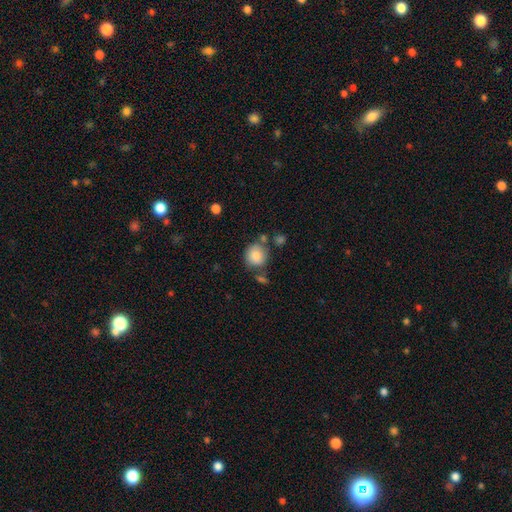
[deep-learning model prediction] Morphology: type=smooth (84%); roundness=round (87%); merging=none (66%).